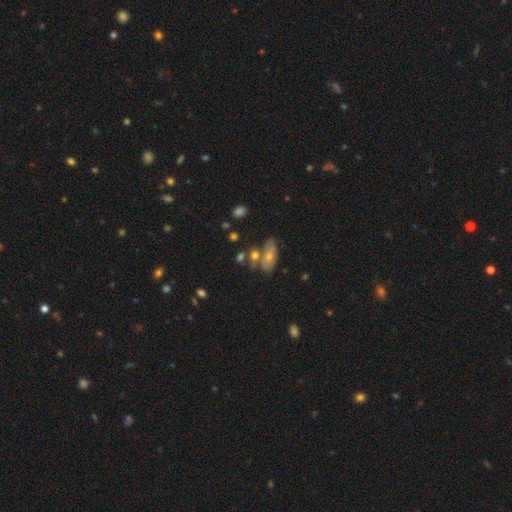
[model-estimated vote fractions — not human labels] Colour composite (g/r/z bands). It shows a smooth galaxy with no disk features (43%). Merging: none (45%).